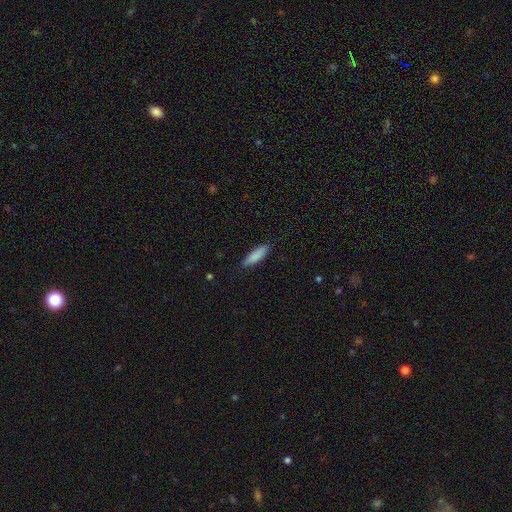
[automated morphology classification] Smooth or featured?
  - smooth: 86% *
  - featured or disk: 8%
  - star or artifact: 6%
How rounded?
  - cigar-shaped: 56% *
  - in between: 42%
  - round: 2%
Merging?
  - none: 84% *
  - minor disturbance: 12%
  - major disturbance: 2%
  - merger: 1%